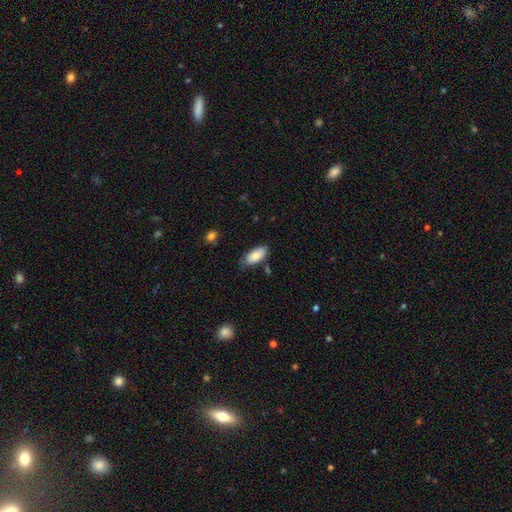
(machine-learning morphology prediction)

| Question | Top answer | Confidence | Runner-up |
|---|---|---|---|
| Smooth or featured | smooth | 80% | featured or disk (14%) |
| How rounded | in between | 91% | cigar-shaped (7%) |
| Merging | none | 72% | minor disturbance (22%) |